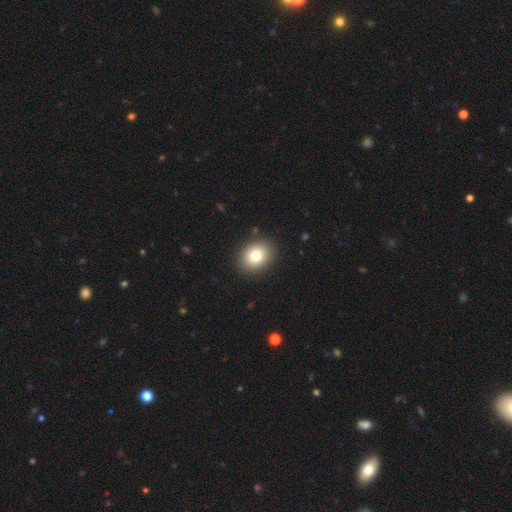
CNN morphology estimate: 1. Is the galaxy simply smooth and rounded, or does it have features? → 80% smooth, 11% featured or disk, 10% star or artifact.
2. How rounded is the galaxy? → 51% in between, 48% round, 1% cigar-shaped.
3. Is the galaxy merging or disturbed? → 89% none, 7% minor disturbance, 2% major disturbance, 1% merger.